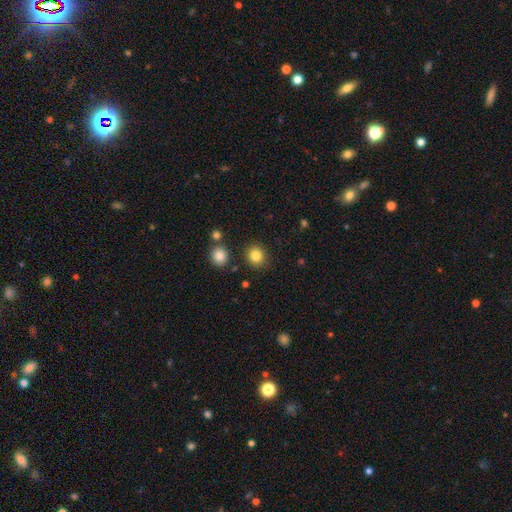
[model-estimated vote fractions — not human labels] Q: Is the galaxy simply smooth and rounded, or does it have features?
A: smooth — 84%.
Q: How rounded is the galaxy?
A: round — 84%.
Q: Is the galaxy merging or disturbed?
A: none — 87%.